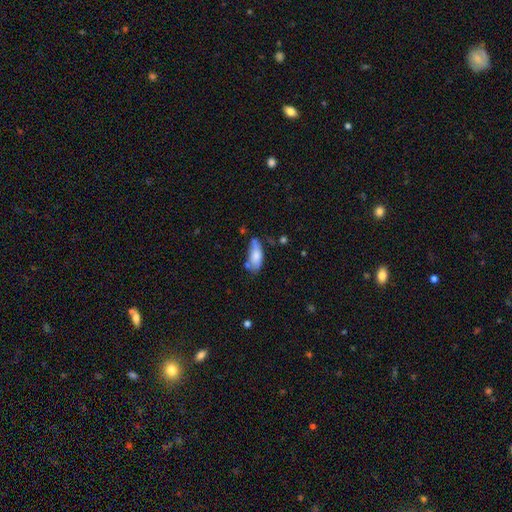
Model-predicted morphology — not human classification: Q: Smooth or featured?
A: smooth (75%); runner-up: featured or disk (19%)
Q: How rounded?
A: in between (80%); runner-up: cigar-shaped (17%)
Q: Merging?
A: none (45%); runner-up: minor disturbance (33%)